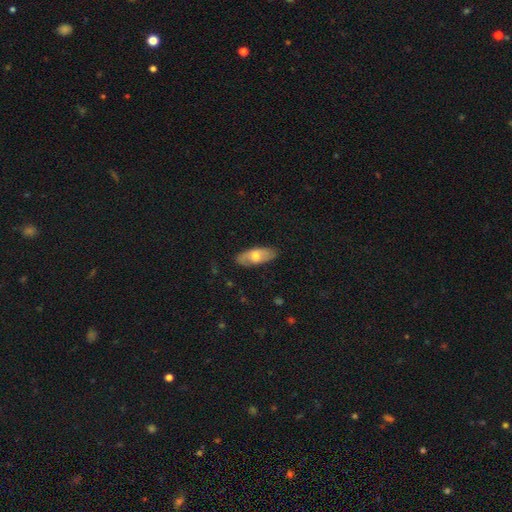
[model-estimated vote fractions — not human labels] Smooth or featured? smooth (61%)
How rounded? in between (80%)
Merging? none (83%)